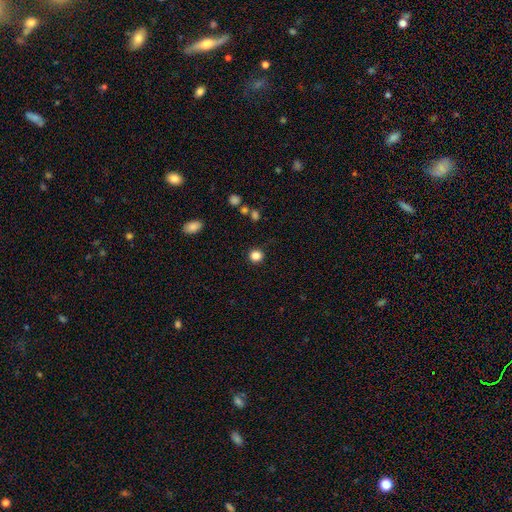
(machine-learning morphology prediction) Overall: smooth (85%). How rounded: round (90%). Merging: none (90%).